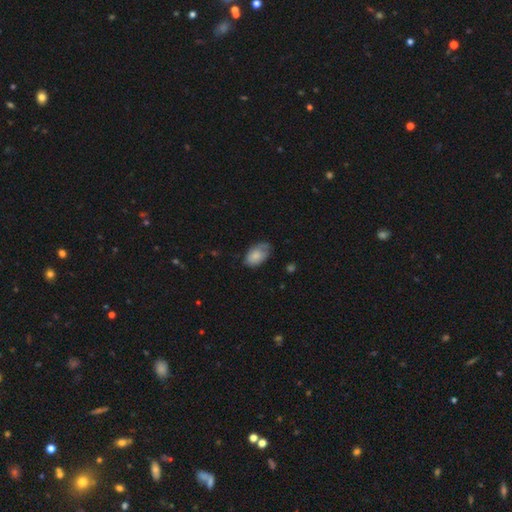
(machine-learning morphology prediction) This appears to be a smooth galaxy with no disk features (76%) that is in between round and cigar-shaped (91%). Merging: none (57%).